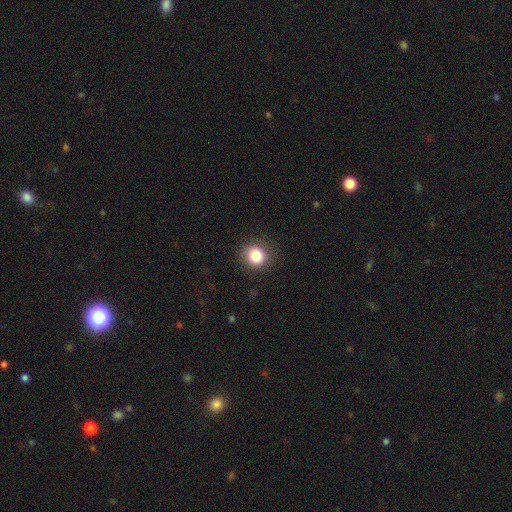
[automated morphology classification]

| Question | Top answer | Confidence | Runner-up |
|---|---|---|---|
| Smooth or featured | smooth | 84% | star or artifact (10%) |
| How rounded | round | 87% | in between (13%) |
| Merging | none | 87% | minor disturbance (9%) |